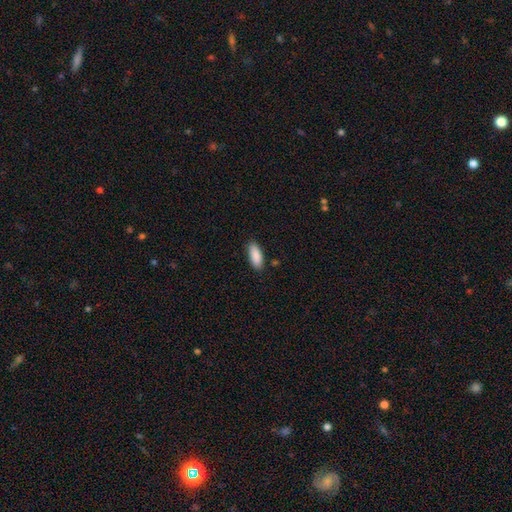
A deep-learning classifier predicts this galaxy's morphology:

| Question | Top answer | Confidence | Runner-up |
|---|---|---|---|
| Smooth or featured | smooth | 90% | star or artifact (6%) |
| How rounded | in between | 76% | cigar-shaped (22%) |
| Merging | none | 85% | minor disturbance (11%) |